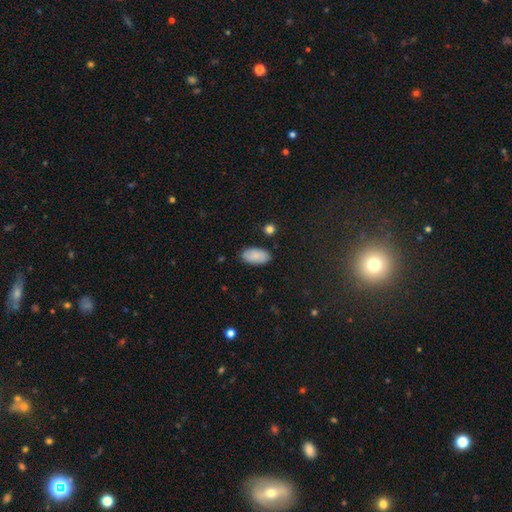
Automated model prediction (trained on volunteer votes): The model was most divided on "merging": none: 84%, minor disturbance: 11%, major disturbance: 2%, merger: 2%. More confident: how rounded — in between (95%); smooth or featured — smooth (85%).